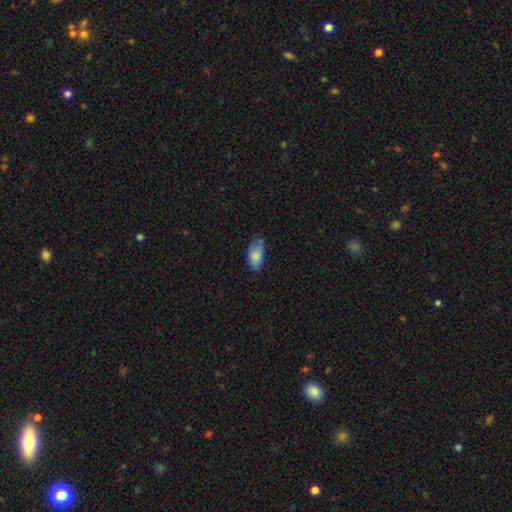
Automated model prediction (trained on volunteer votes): A smooth galaxy with no disk features (83%) that is in between round and cigar-shaped (92%).

Vote fractions:
- Smooth or featured? smooth: 83% / featured or disk: 9% / star or artifact: 7%
- How rounded? in between: 92% / cigar-shaped: 4% / round: 4%
- Merging? none: 56% / minor disturbance: 34% / major disturbance: 7% / merger: 3%